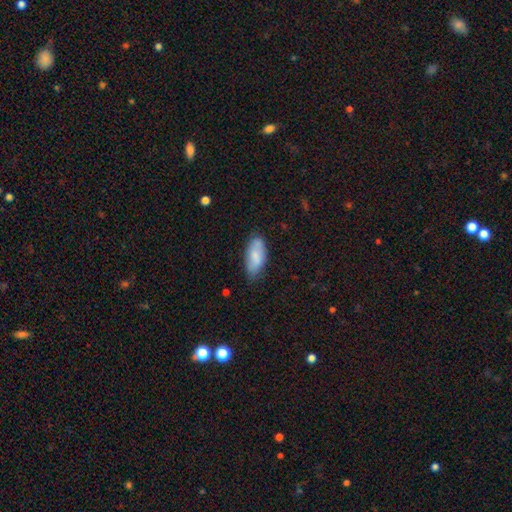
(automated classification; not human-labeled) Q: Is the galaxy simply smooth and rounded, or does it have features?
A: smooth — 77%.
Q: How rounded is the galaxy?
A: in between — 86%.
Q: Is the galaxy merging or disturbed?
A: none — 73%.